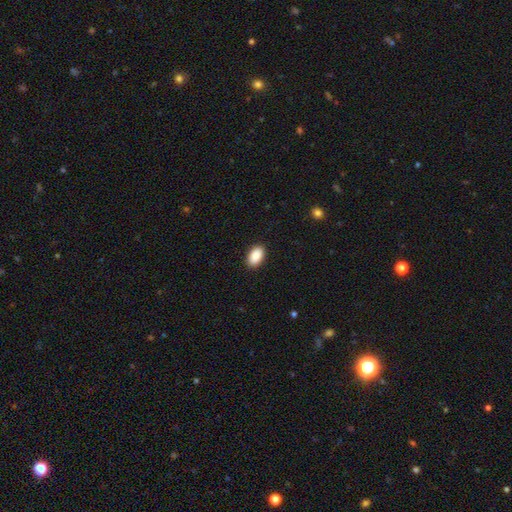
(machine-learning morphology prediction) type=smooth (91%); roundness=in between (93%); merging=none (90%).